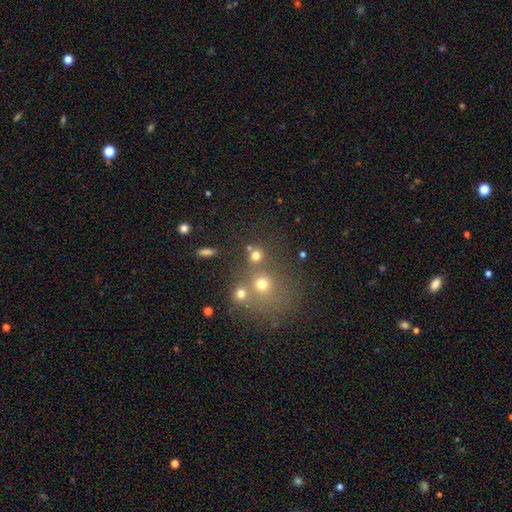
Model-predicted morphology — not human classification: Smooth or featured?
  - smooth: 73% *
  - star or artifact: 18%
  - featured or disk: 9%
How rounded?
  - round: 88% *
  - in between: 10%
  - cigar-shaped: 1%
Merging?
  - none: 66% *
  - merger: 22%
  - minor disturbance: 8%
  - major disturbance: 4%